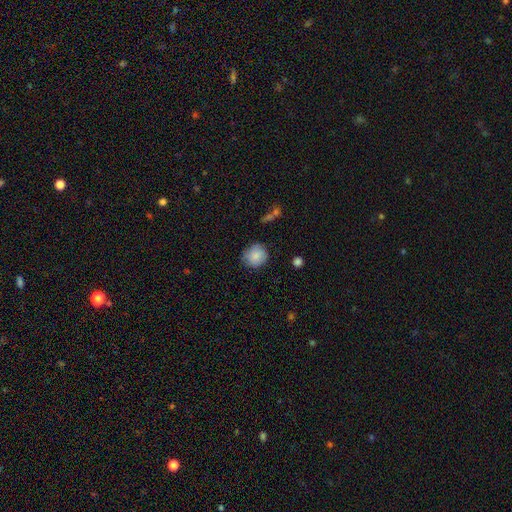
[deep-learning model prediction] Smooth or featured? Predicted: smooth (p=0.85). How rounded? Predicted: round (p=0.87). Merging? Predicted: none (p=0.79).